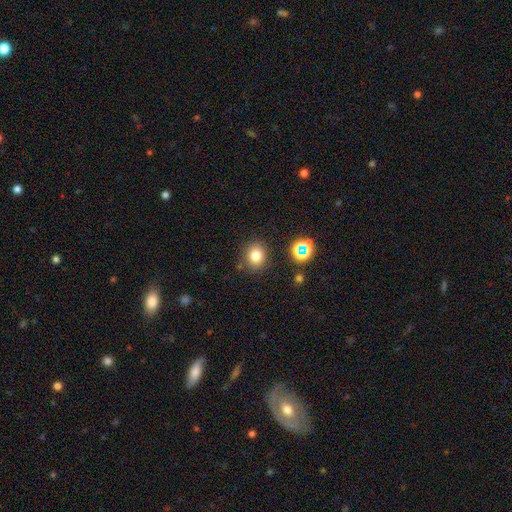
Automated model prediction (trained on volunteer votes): Smooth or featured? smooth (78%)
How rounded? round (73%)
Merging? none (83%)